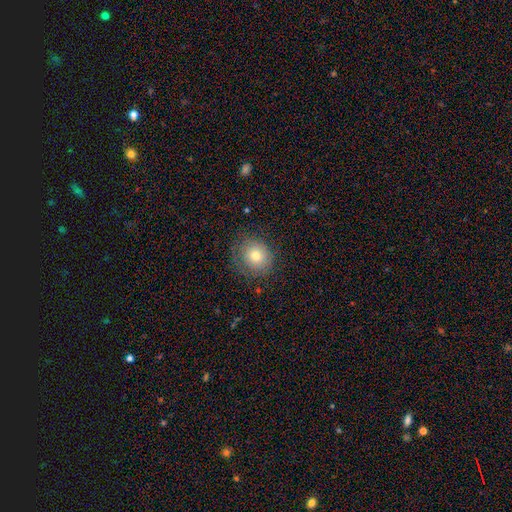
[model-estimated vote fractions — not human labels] This is likely a smooth galaxy (70%). How rounded: clearly round (80%). Merging: likely none (74%).